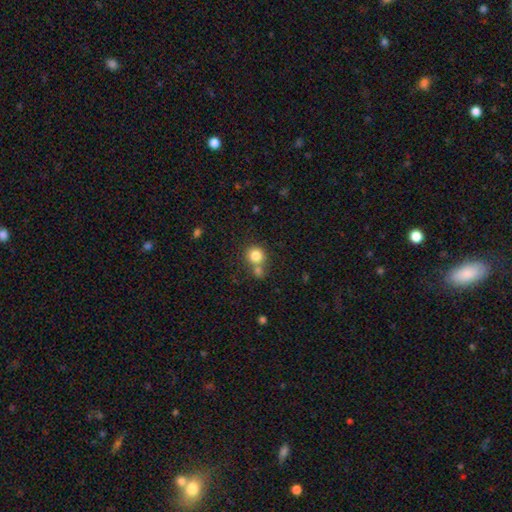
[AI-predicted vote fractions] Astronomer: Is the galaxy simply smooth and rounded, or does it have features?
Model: smooth — 81%.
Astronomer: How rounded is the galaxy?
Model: round — 88%.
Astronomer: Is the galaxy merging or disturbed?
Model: none — 55% (runner-up: merger, 33%).